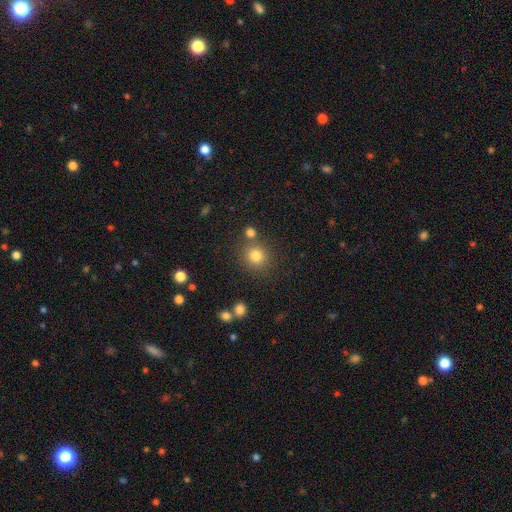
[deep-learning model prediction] The model was most divided on "merging": none: 77%, merger: 11%, minor disturbance: 9%, major disturbance: 4%. More confident: how rounded — round (89%); smooth or featured — smooth (80%).